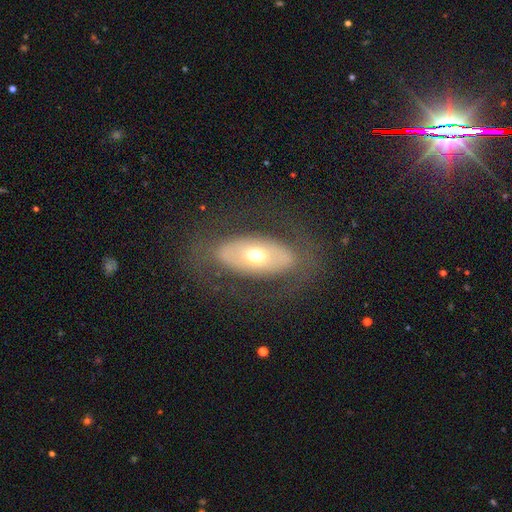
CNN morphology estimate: Smooth or featured? featured or disk (47%)
Merging? none (73%)